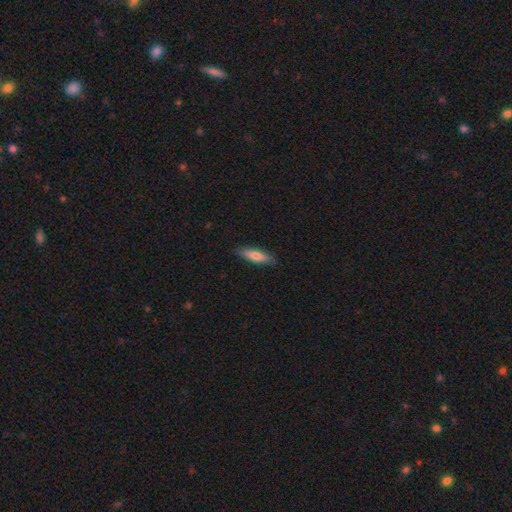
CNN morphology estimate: A smooth galaxy with no disk features (75%) that is cigar-shaped (65%). Merging: none (87%).